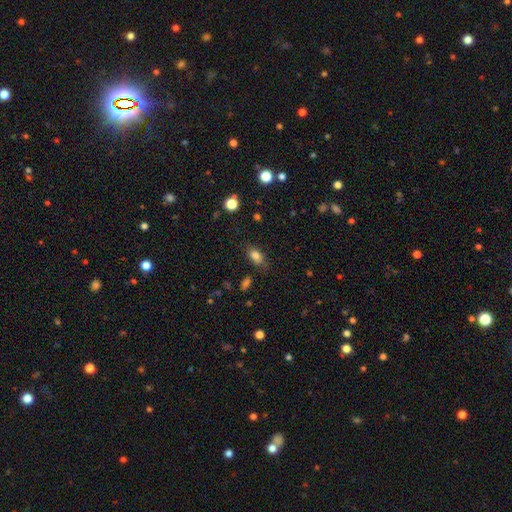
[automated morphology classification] Smooth or featured? Predicted: smooth (p=0.80). How rounded? Predicted: in between (p=0.85). Merging? Predicted: none (p=0.73).